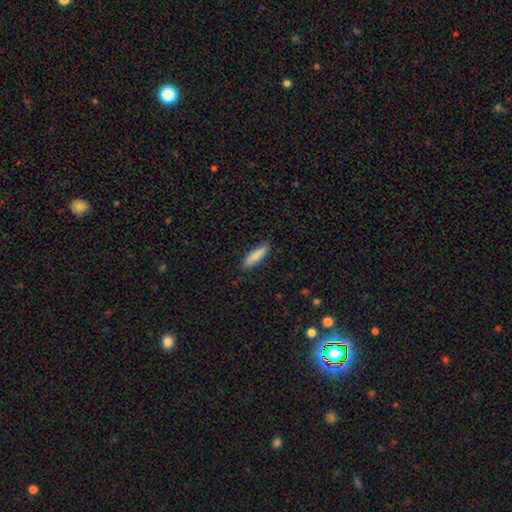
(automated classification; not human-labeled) This appears to be a smooth galaxy with no disk features (87%) that is cigar-shaped (63%). Merging: none (87%).